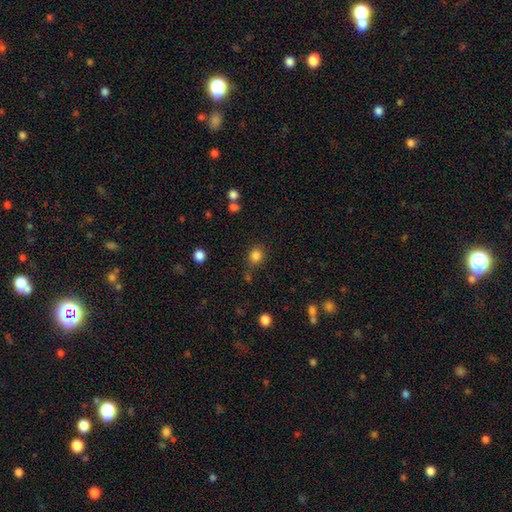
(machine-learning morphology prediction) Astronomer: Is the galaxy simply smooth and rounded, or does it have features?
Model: smooth — 83%.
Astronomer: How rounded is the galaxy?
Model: round — 76%.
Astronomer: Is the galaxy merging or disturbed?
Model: none — 76%.